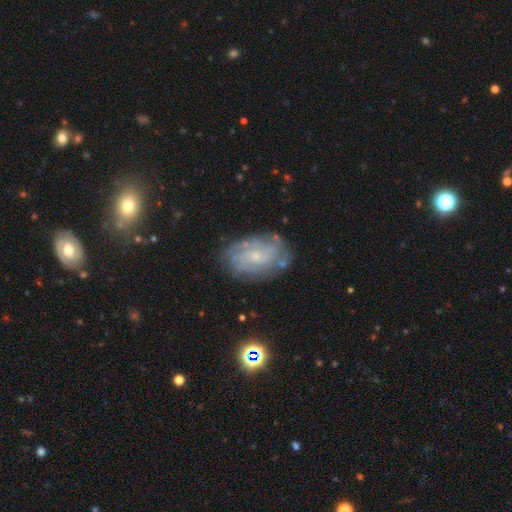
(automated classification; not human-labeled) Morphology: type=featured or disk (73%); edge-on=no (96%); bar=no (72%); spiral arms=yes (89%); winding=tight (64%); arm count=can't tell (51%); bulge=small (75%); merging=none (75%).